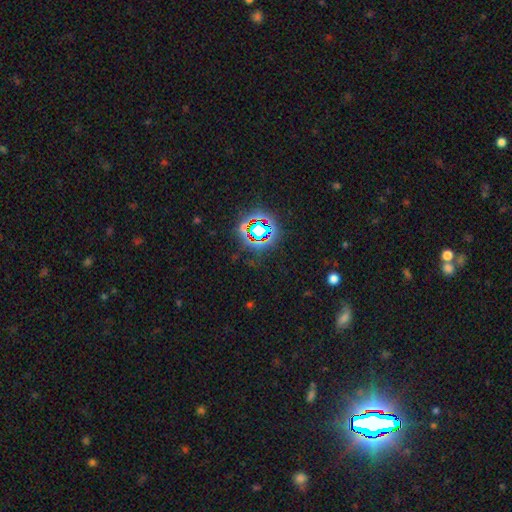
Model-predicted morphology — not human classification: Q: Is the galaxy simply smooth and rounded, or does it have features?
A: star or artifact — 76%.